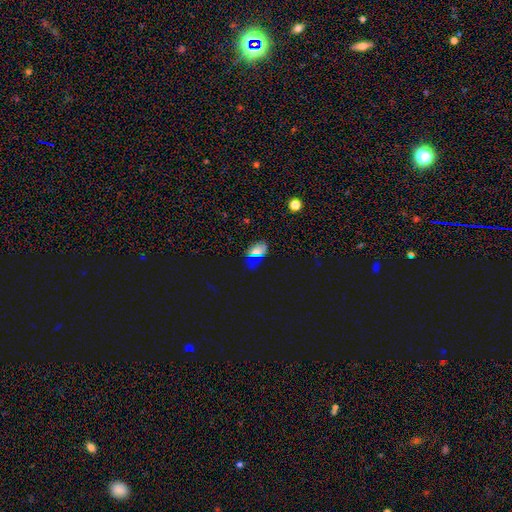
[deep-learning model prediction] This is possibly a smooth galaxy (45%). Merging: likely none (65%).